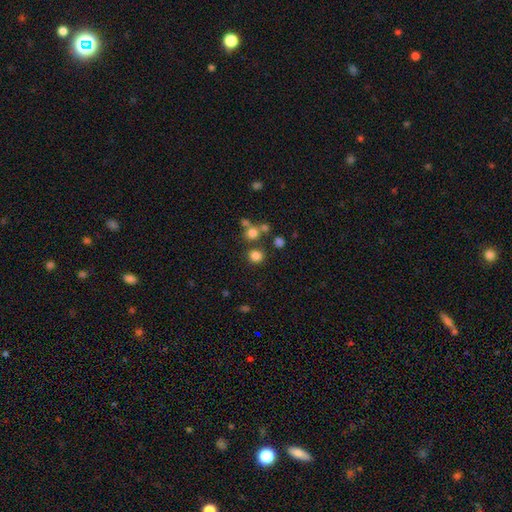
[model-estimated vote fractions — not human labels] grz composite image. It shows a smooth galaxy with no disk features (80%) that is round (83%). Merging: none (77%).